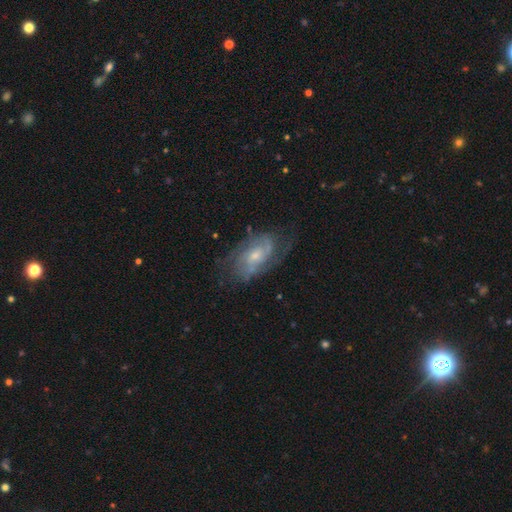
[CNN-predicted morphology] This is clearly a featured or disk galaxy (81%). It is clearly not viewed edge-on (96%). Bar: possibly no (59%). Spiral arm pattern: clearly yes (92%). Spiral arm count: possibly 2 (53%). Spiral winding: marginally tight (44%). Central bulge: possibly small (59%). Merging: likely none (66%).